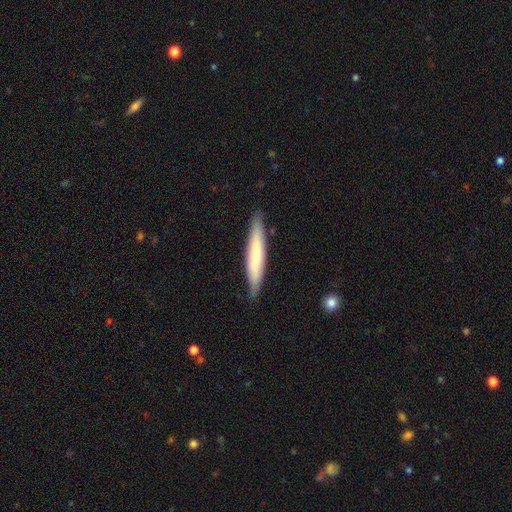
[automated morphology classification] Smooth or featured? smooth (63%)
How rounded? cigar-shaped (92%)
Merging? none (87%)